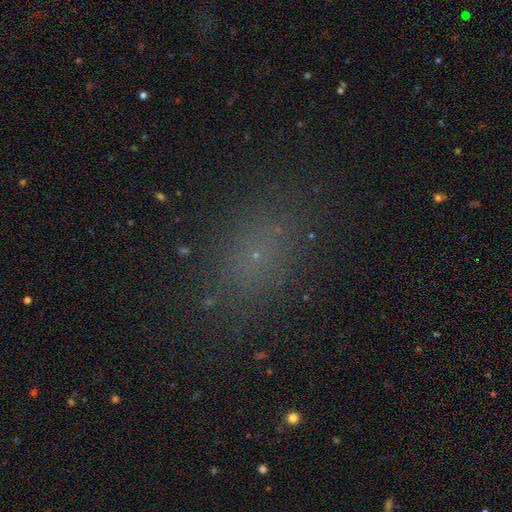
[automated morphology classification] type=smooth (63%); roundness=in between (77%); merging=none (83%).